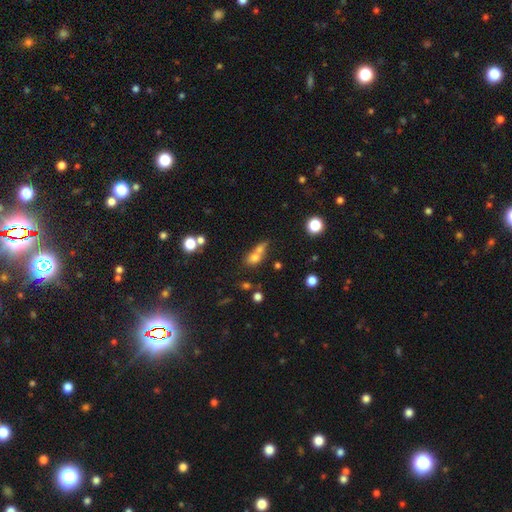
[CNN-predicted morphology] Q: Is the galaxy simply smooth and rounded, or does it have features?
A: smooth — 69%.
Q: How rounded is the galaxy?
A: round — 47%.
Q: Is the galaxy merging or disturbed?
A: merger — 61%.